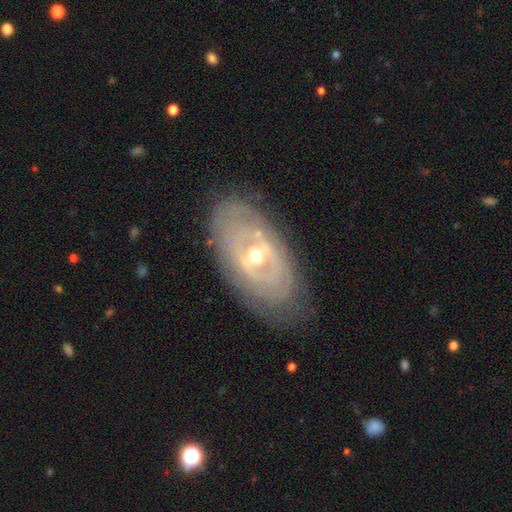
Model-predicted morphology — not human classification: smooth_or_featured: featured or disk (p=0.80) [alt: smooth p=0.14]
disk_edge_on: no (p=0.92) [alt: yes p=0.08]
bar: no (p=0.44) [alt: weak p=0.35]
has_spiral_arms: yes (p=0.58) [alt: no p=0.42]
bulge_size: moderate (p=0.58) [alt: small p=0.38]
merging: none (p=0.78) [alt: minor disturbance p=0.15]